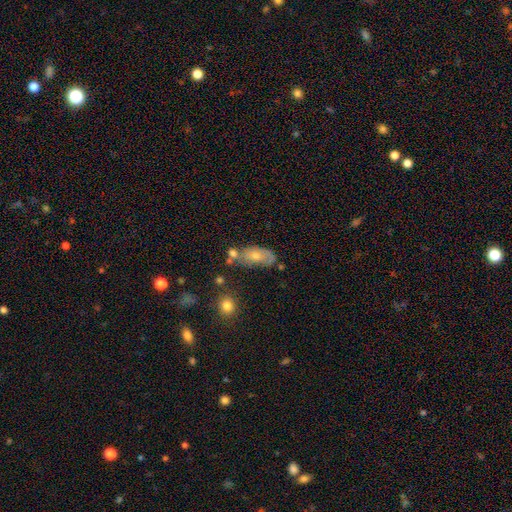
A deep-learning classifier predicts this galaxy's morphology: A smooth galaxy with no disk features (58%) that is in between round and cigar-shaped (85%).

Vote fractions:
- Smooth or featured? smooth: 58% / featured or disk: 33% / star or artifact: 9%
- How rounded? in between: 85% / cigar-shaped: 10% / round: 5%
- Merging? none: 46% / minor disturbance: 26% / merger: 18% / major disturbance: 10%